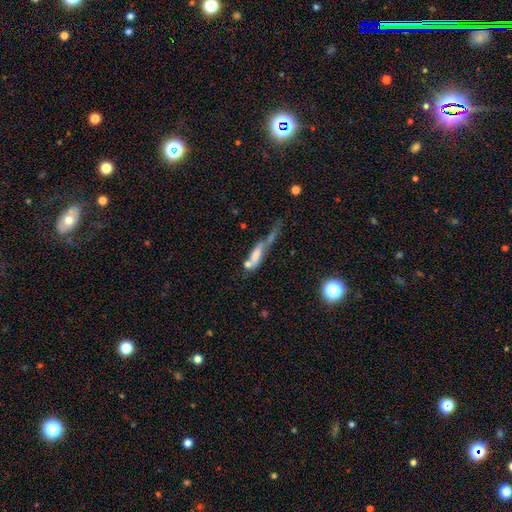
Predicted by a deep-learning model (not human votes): Smooth or featured: smooth — 56% (featured or disk — 34%)
How rounded: cigar-shaped — 59% (in between — 37%)
Merging: merger — 37% (major disturbance — 29%)